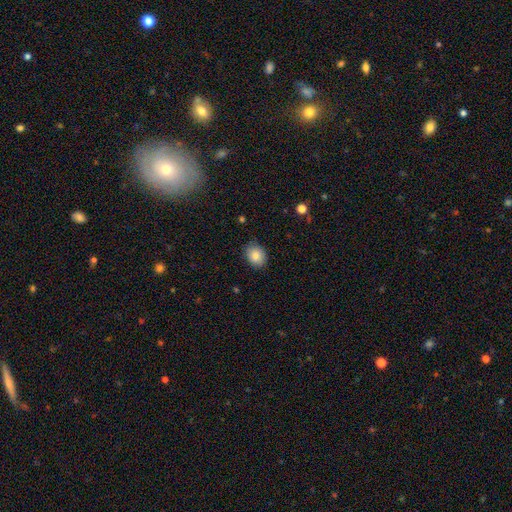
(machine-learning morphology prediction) Smooth or featured? smooth (84%)
How rounded? in between (53%)
Merging? none (82%)